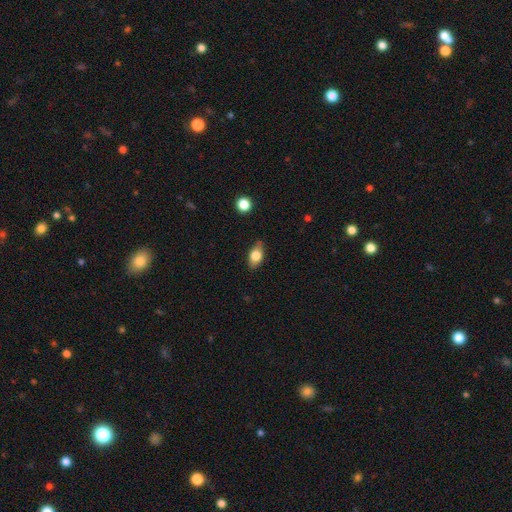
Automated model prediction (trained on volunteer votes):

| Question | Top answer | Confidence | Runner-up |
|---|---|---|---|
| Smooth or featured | smooth | 74% | featured or disk (19%) |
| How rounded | in between | 86% | round (9%) |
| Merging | none | 80% | minor disturbance (16%) |